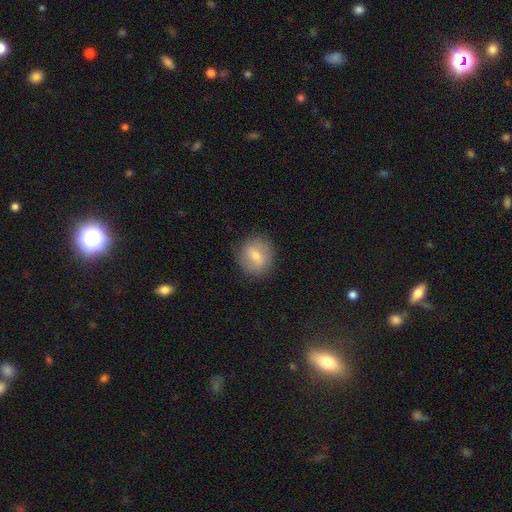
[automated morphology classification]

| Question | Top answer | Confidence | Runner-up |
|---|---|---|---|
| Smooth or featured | smooth | 56% | featured or disk (34%) |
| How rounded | round | 82% | in between (17%) |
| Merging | none | 85% | minor disturbance (11%) |